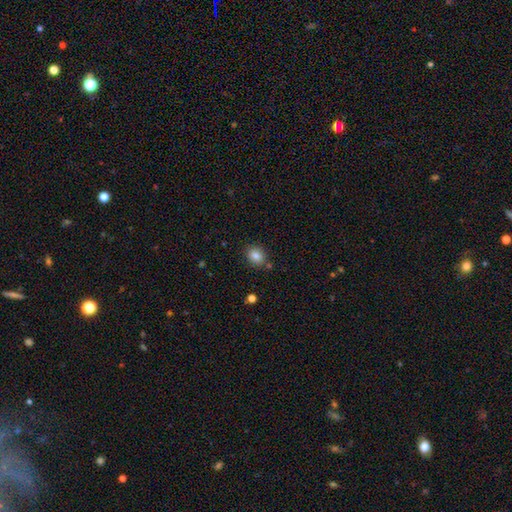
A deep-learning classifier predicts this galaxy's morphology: Smooth or featured? Predicted: smooth (p=0.83). How rounded? Predicted: round (p=0.60). Merging? Predicted: none (p=0.83).